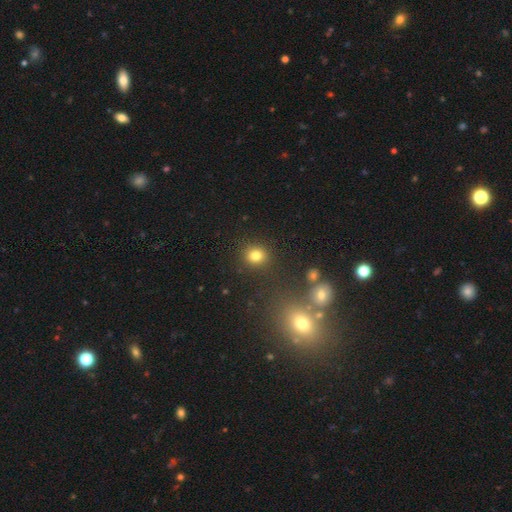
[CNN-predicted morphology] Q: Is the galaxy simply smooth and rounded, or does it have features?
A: smooth — 80%.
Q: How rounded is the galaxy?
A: round — 84%.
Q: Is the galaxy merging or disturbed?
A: none — 88%.